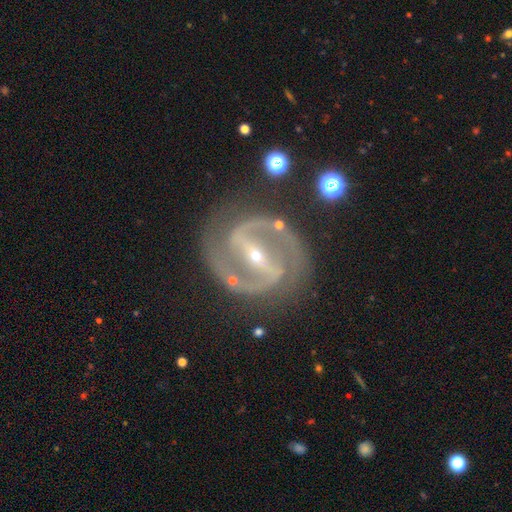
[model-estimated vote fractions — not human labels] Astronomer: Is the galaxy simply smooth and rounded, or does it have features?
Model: featured or disk — 92%.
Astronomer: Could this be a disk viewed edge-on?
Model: no — 97%.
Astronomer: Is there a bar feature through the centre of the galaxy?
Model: strong — 76%.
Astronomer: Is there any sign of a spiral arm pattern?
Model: yes — 97%.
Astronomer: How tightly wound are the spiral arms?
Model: medium — 54% (runner-up: tight, 36%).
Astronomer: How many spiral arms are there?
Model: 2 — 91%.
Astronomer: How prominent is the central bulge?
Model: small — 75%.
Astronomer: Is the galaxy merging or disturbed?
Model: none — 80%.